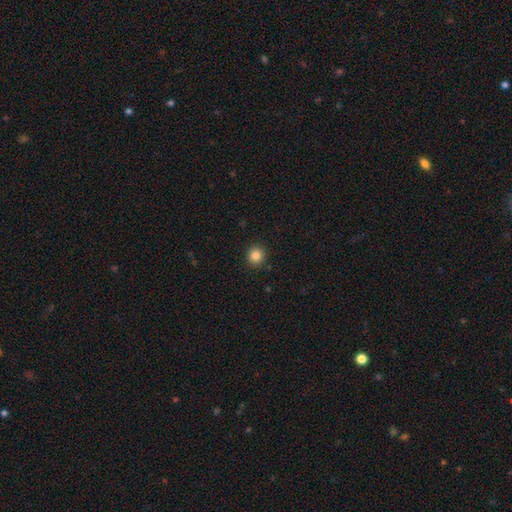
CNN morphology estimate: Smooth or featured? Predicted: smooth (p=0.85). How rounded? Predicted: round (p=0.92). Merging? Predicted: none (p=0.92).